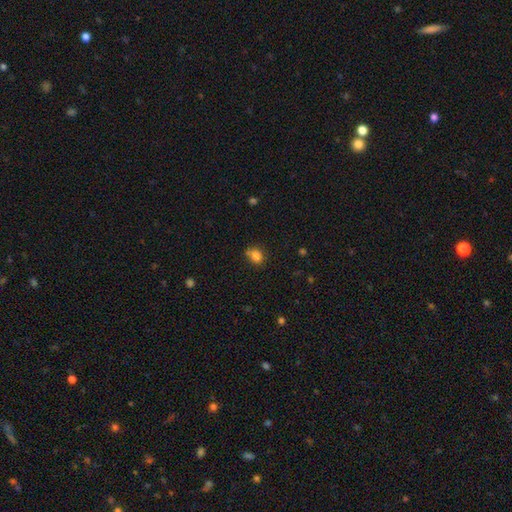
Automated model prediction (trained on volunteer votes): A smooth galaxy with no disk features (81%) that is round (50%).

Vote fractions:
- Smooth or featured? smooth: 81% / star or artifact: 12% / featured or disk: 7%
- How rounded? round: 50% / in between: 48% / cigar-shaped: 1%
- Merging? none: 54% / minor disturbance: 21% / merger: 18% / major disturbance: 6%